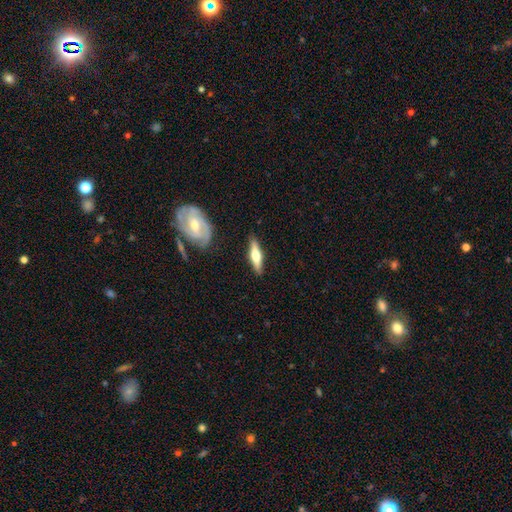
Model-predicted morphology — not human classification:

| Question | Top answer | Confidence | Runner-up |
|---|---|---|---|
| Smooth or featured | featured or disk | 53% | smooth (42%) |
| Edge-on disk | yes | 92% | no (8%) |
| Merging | none | 87% | minor disturbance (9%) |